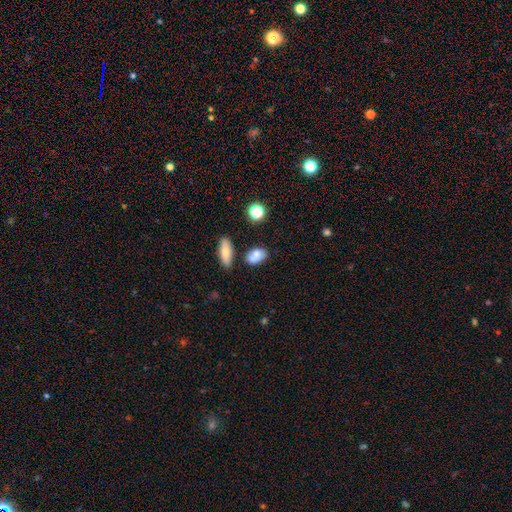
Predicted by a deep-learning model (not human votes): Smooth or featured? Predicted: smooth (p=0.78). How rounded? Predicted: in between (p=0.82). Merging? Predicted: none (p=0.59).